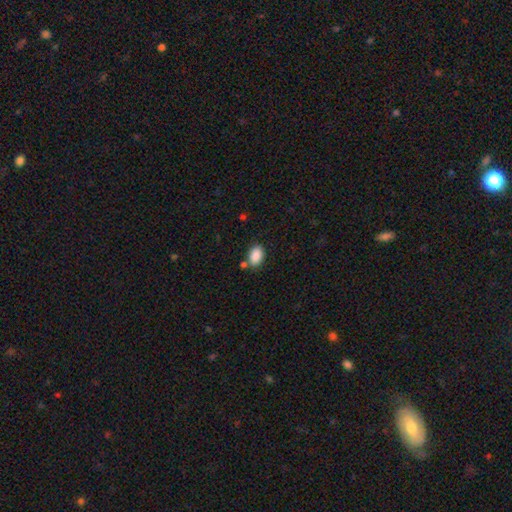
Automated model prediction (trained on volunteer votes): Q: Smooth or featured?
A: smooth (89%); runner-up: star or artifact (7%)
Q: How rounded?
A: in between (90%); runner-up: round (9%)
Q: Merging?
A: none (75%); runner-up: minor disturbance (12%)